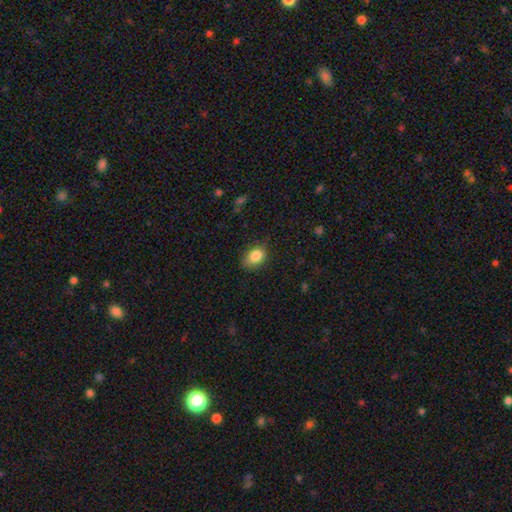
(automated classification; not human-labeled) A smooth galaxy with no disk features (84%) that is in between round and cigar-shaped (79%).

Vote fractions:
- Smooth or featured? smooth: 84% / star or artifact: 8% / featured or disk: 7%
- How rounded? in between: 79% / round: 20% / cigar-shaped: 1%
- Merging? none: 66% / minor disturbance: 27% / major disturbance: 6% / merger: 1%